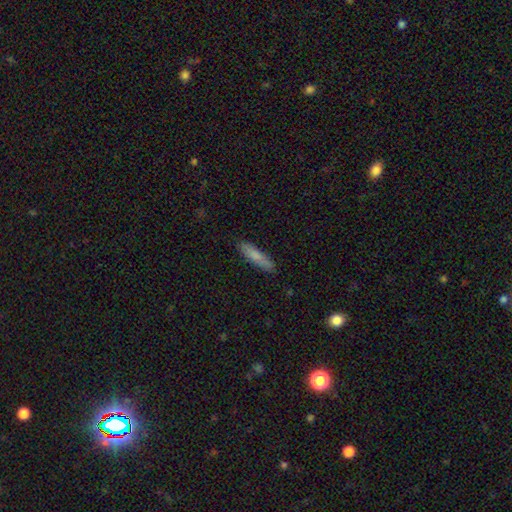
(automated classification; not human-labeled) A smooth galaxy with no disk features (78%) that is cigar-shaped (76%).

Vote fractions:
- Smooth or featured? smooth: 78% / featured or disk: 16% / star or artifact: 6%
- How rounded? cigar-shaped: 76% / in between: 22% / round: 2%
- Merging? none: 83% / minor disturbance: 13% / major disturbance: 2% / merger: 1%